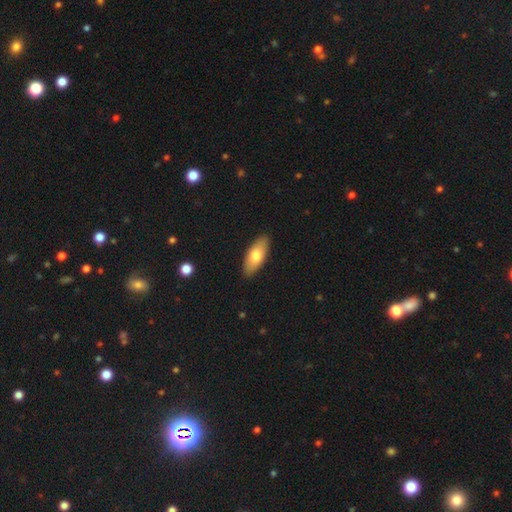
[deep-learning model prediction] A smooth galaxy with no disk features (72%) that is in between round and cigar-shaped (80%). Merging: none (88%).